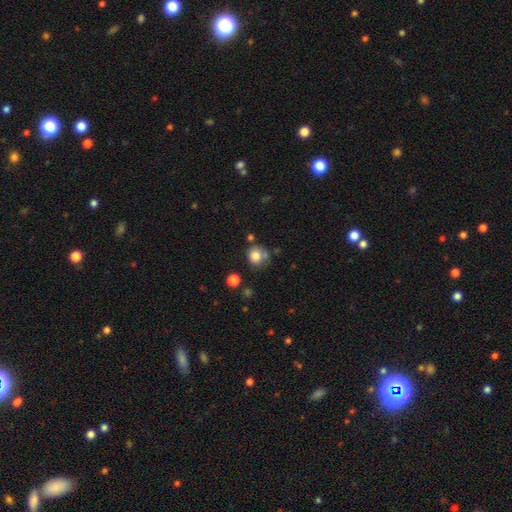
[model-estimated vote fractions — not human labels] A smooth galaxy with no disk features (80%) that is round (84%). Merging: none (63%).